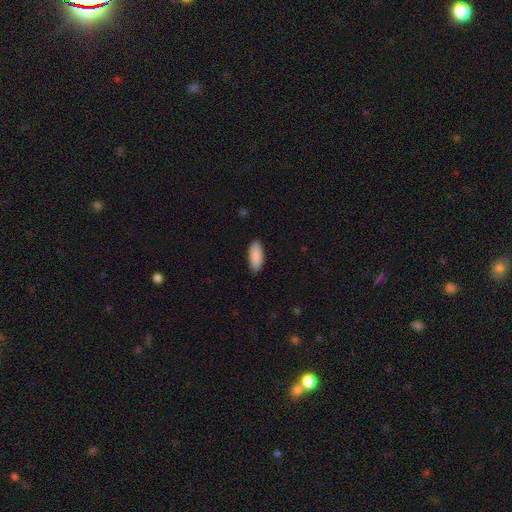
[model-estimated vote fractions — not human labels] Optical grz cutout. It shows a smooth galaxy with no disk features (90%) that is in between round and cigar-shaped (80%). Merging: none (88%).